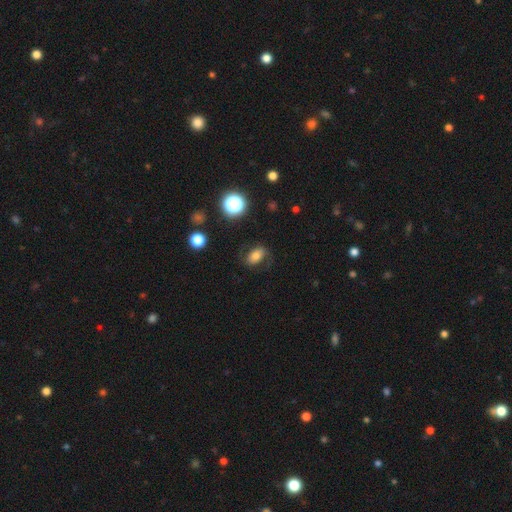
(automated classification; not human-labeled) smooth-or-featured: smooth: 56% | featured or disk: 30% | star or artifact: 14%
  how-rounded: in between: 77% | round: 21% | cigar-shaped: 2%
  merging: none: 71% | minor disturbance: 16% | major disturbance: 11% | merger: 2%